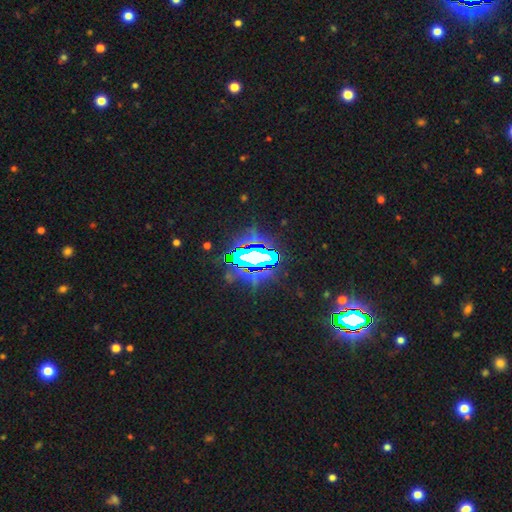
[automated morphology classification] Overall: star or artifact (75%).